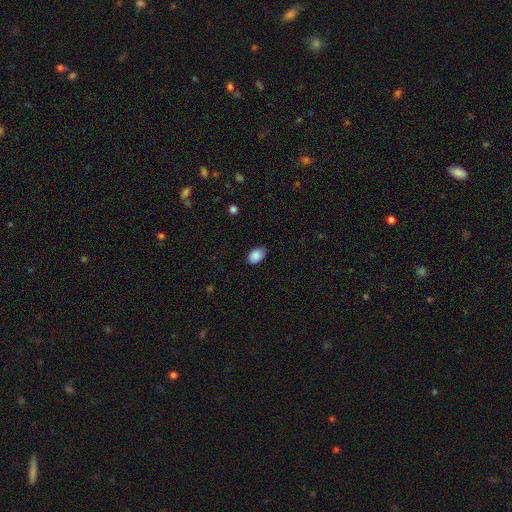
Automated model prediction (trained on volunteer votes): The model was most divided on "merging": none: 78%, minor disturbance: 18%, major disturbance: 3%, merger: 1%. More confident: how rounded — in between (88%); smooth or featured — smooth (88%).